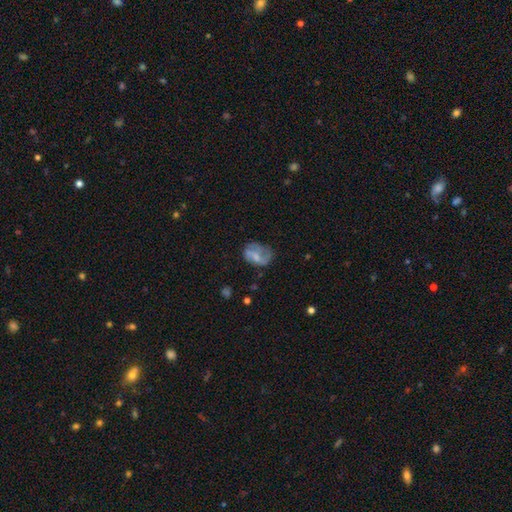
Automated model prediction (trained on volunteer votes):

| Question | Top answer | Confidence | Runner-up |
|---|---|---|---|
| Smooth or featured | featured or disk | 49% | smooth (43%) |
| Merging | none | 46% | minor disturbance (28%) |